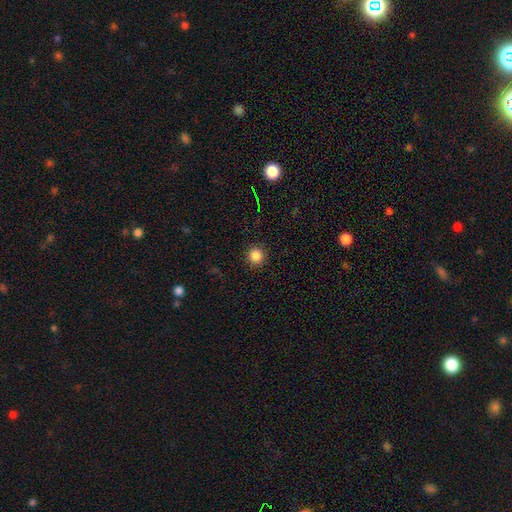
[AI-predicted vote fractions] Q: Smooth or featured?
A: smooth (85%); runner-up: star or artifact (12%)
Q: How rounded?
A: round (92%); runner-up: in between (7%)
Q: Merging?
A: none (90%); runner-up: minor disturbance (6%)